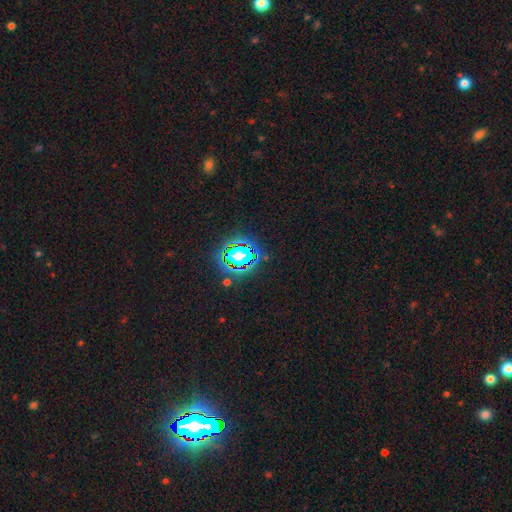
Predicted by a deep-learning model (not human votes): This appears to be a star or artifact, not a galaxy (82%).